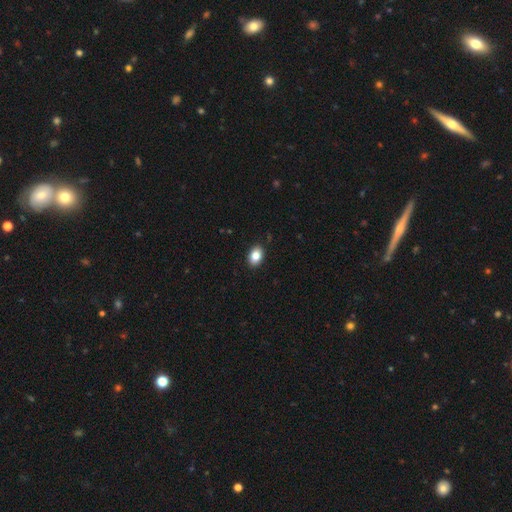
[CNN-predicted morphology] smooth_or_featured: smooth (p=0.85) [alt: star or artifact p=0.08]
how_rounded: in between (p=0.84) [alt: round p=0.15]
merging: none (p=0.90) [alt: minor disturbance p=0.07]